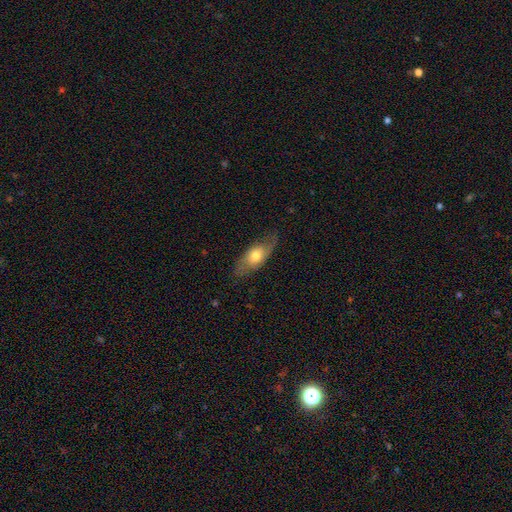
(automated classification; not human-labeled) A featured or disk galaxy (49%).

Vote fractions:
- Smooth or featured? featured or disk: 49% / smooth: 45% / star or artifact: 6%
- Merging? none: 75% / minor disturbance: 18% / major disturbance: 6% / merger: 1%